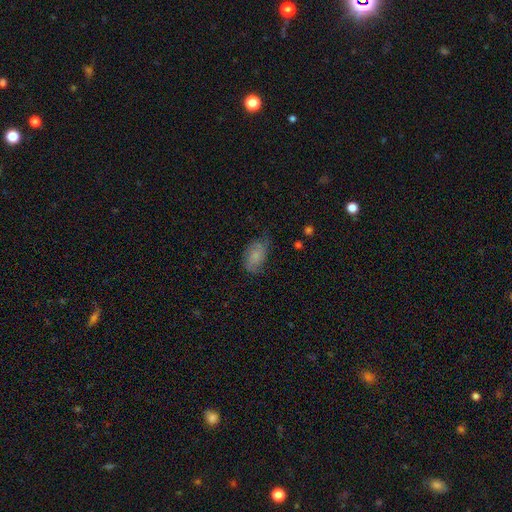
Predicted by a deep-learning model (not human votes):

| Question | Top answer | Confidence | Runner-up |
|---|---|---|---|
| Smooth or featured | smooth | 64% | featured or disk (28%) |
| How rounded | in between | 91% | round (7%) |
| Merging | none | 57% | minor disturbance (31%) |